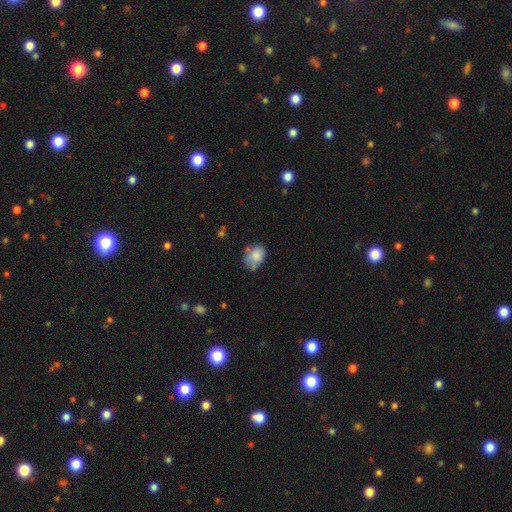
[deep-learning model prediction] A smooth galaxy with no disk features (75%) that is in between round and cigar-shaped (66%).

Vote fractions:
- Smooth or featured? smooth: 75% / featured or disk: 16% / star or artifact: 9%
- How rounded? in between: 66% / round: 33% / cigar-shaped: 1%
- Merging? none: 44% / minor disturbance: 32% / merger: 12% / major disturbance: 12%